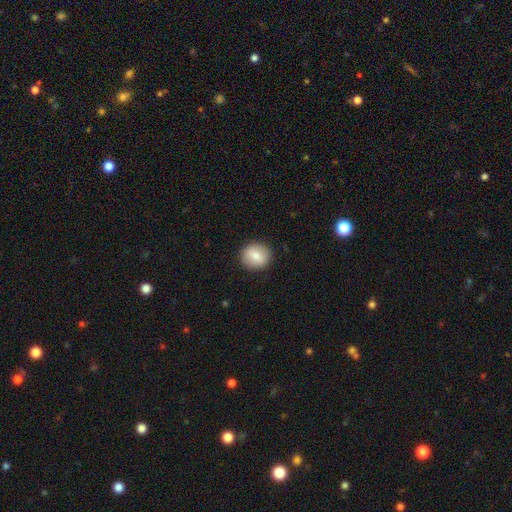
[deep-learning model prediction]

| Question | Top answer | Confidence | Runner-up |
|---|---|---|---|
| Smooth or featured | smooth | 80% | featured or disk (12%) |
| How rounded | round | 82% | in between (17%) |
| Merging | none | 90% | minor disturbance (7%) |